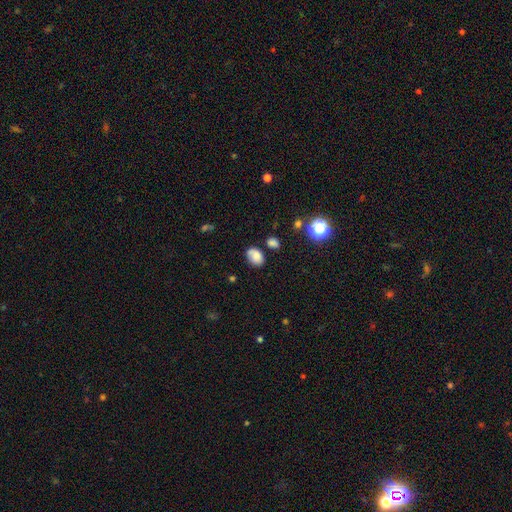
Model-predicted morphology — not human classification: smooth 77%, star or artifact 12%, featured or disk 11%. Down the decision tree: how rounded — in between (72%); merging — none (66%).